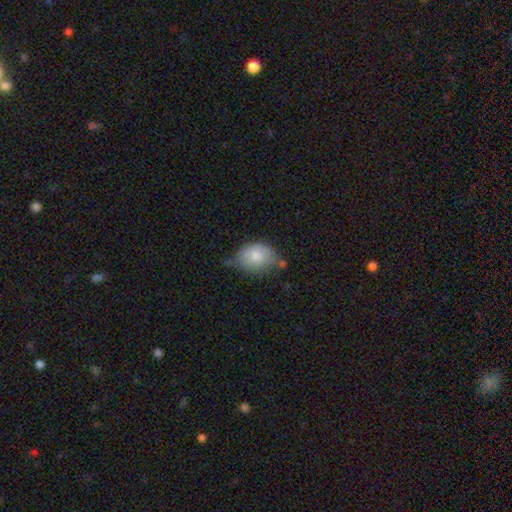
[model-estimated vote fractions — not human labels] smooth 78%, featured or disk 14%, star or artifact 7%. Down the decision tree: how rounded — in between (64%); merging — minor disturbance (44%).